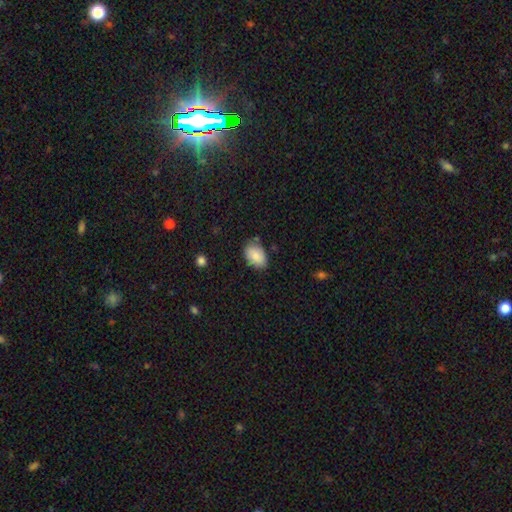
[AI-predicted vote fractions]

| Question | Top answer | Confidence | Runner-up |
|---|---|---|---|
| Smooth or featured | smooth | 86% | featured or disk (8%) |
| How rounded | in between | 86% | round (13%) |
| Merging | none | 76% | minor disturbance (18%) |